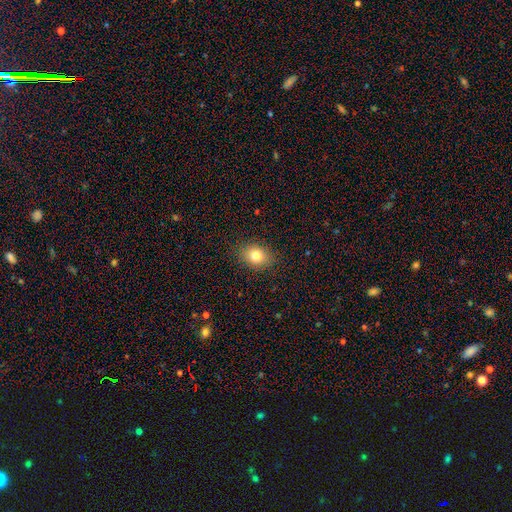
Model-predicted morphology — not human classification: A smooth galaxy with no disk features (80%) that is in between round and cigar-shaped (58%). Merging: none (88%).